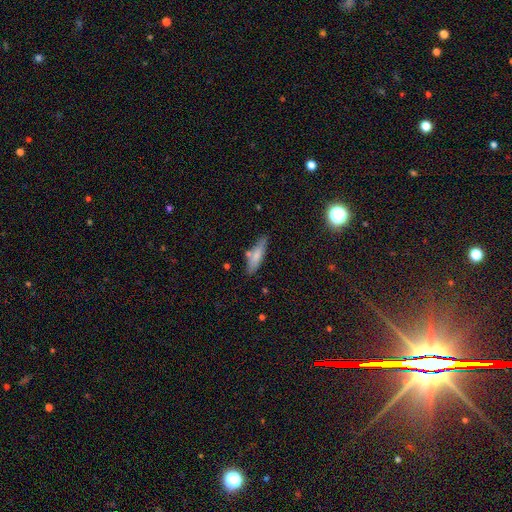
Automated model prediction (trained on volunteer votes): The model was most divided on "how rounded": cigar-shaped: 66%, in between: 32%, round: 2%. More confident: merging — none (75%); smooth or featured — smooth (74%).